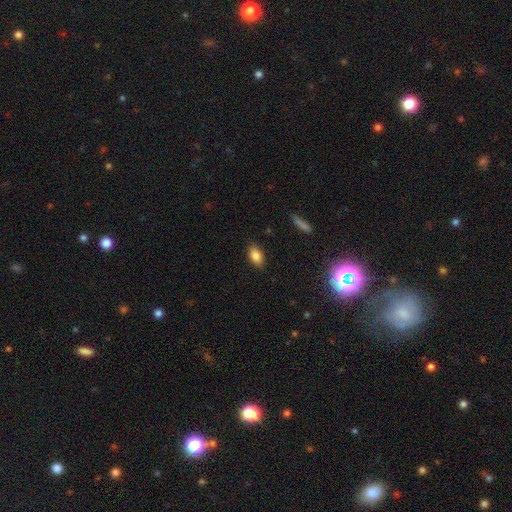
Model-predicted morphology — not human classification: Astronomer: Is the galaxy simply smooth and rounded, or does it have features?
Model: smooth — 84%.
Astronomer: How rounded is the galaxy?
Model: in between — 90%.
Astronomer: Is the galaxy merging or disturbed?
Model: none — 87%.